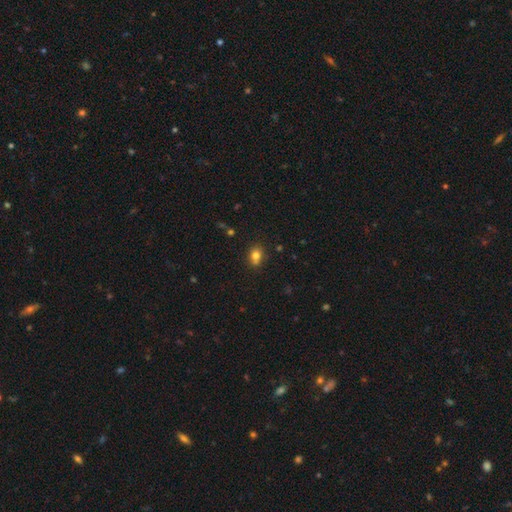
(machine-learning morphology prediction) The model was most divided on "how rounded": in between: 58%, round: 40%, cigar-shaped: 2%. More confident: smooth or featured — smooth (78%); merging — none (69%).